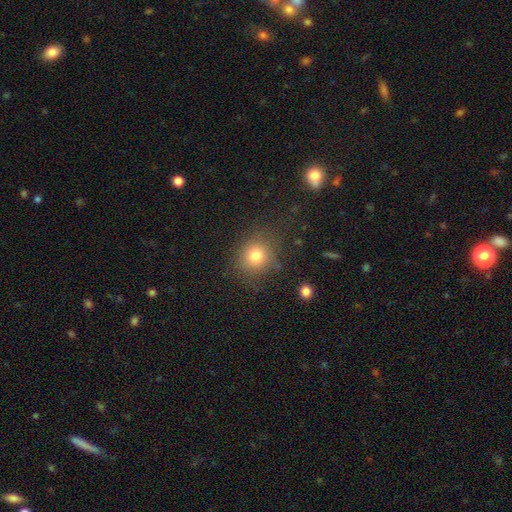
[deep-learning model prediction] The model was most divided on "merging": none: 78%, minor disturbance: 14%, major disturbance: 6%, merger: 2%. More confident: how rounded — round (85%); smooth or featured — smooth (78%).